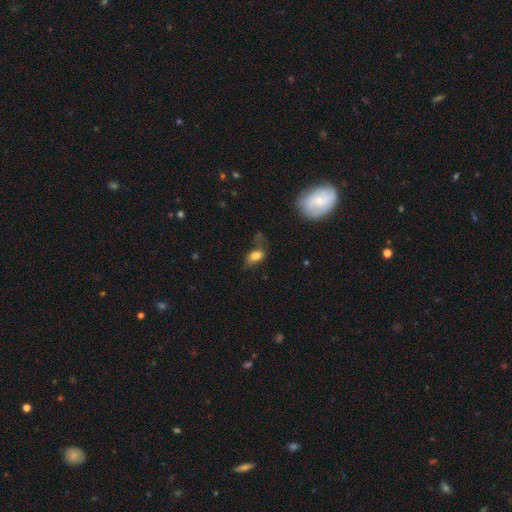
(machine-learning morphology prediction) Smooth or featured?
  - smooth: 76% *
  - featured or disk: 14%
  - star or artifact: 11%
How rounded?
  - in between: 85% *
  - round: 11%
  - cigar-shaped: 4%
Merging?
  - none: 41% *
  - minor disturbance: 28%
  - major disturbance: 26%
  - merger: 5%